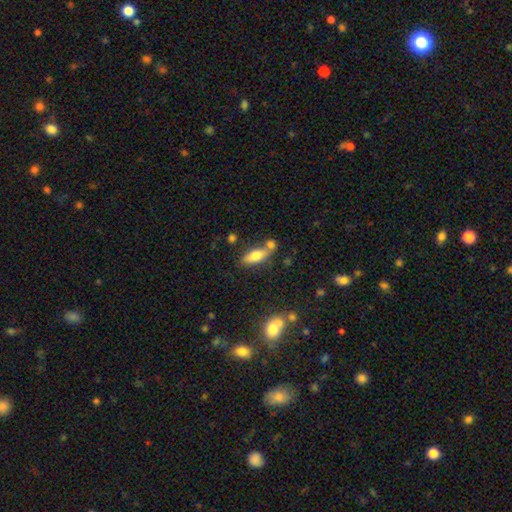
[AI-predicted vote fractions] Smooth or featured: smooth — 70% (featured or disk — 22%)
How rounded: in between — 67% (cigar-shaped — 30%)
Merging: none — 55% (merger — 26%)